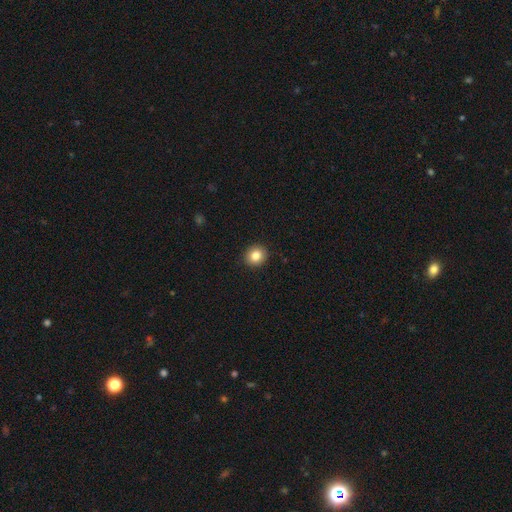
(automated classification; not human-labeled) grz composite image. It shows a smooth galaxy with no disk features (83%) that is round (84%). Merging: none (92%).